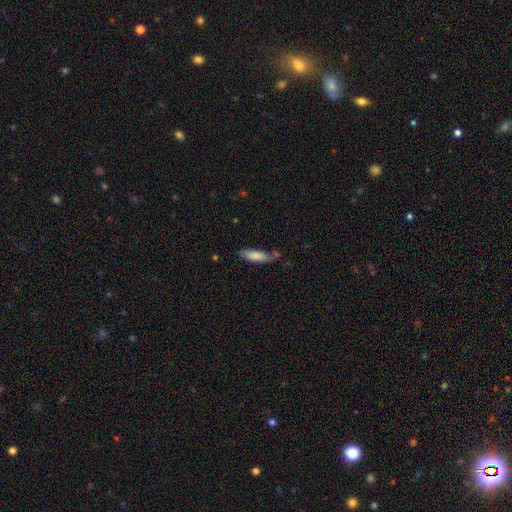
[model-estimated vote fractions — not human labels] This is likely a smooth galaxy (78%). How rounded: possibly in between (53%). Merging: possibly none (55%).